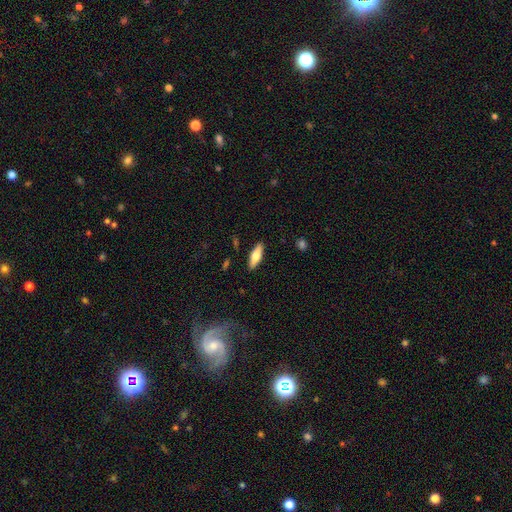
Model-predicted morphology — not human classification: smooth-or-featured: smooth: 60% | featured or disk: 34% | star or artifact: 6%
  how-rounded: in between: 57% | cigar-shaped: 41% | round: 2%
  merging: none: 88% | minor disturbance: 8% | major disturbance: 2% | merger: 1%